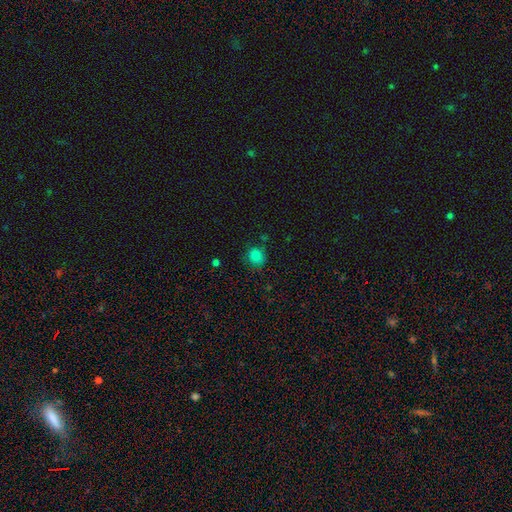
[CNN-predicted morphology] The model was most divided on "how rounded": round: 72%, in between: 27%, cigar-shaped: 1%. More confident: smooth or featured — smooth (83%); merging — none (70%).